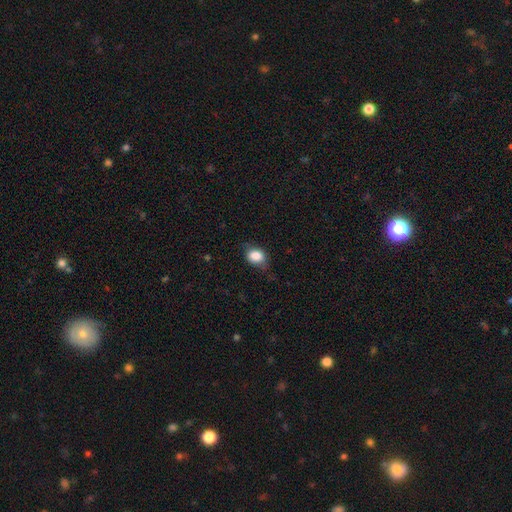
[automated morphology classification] This is clearly a smooth galaxy (83%). How rounded: likely in between (61%). Merging: likely none (65%).